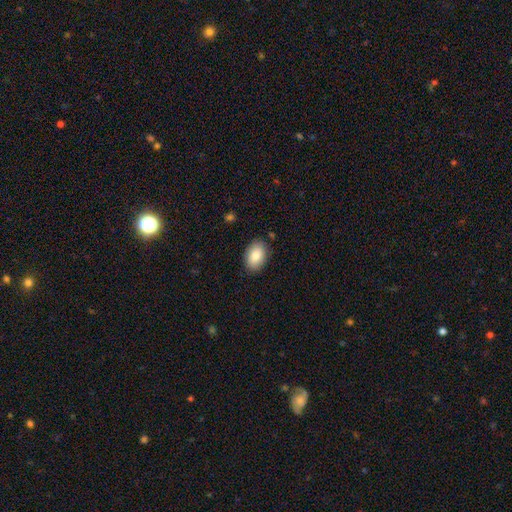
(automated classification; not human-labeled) This is clearly a smooth galaxy (85%). How rounded: clearly in between (89%). Merging: clearly none (86%).